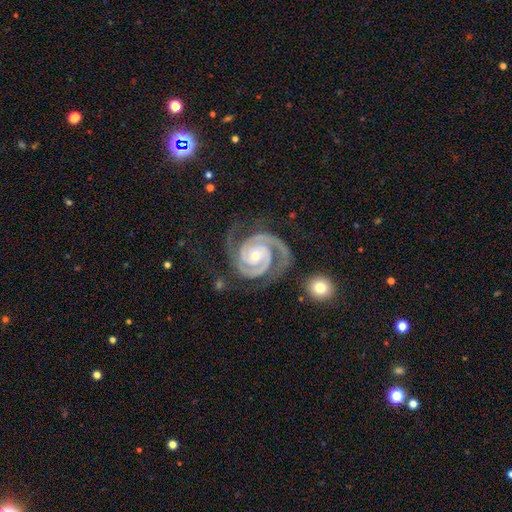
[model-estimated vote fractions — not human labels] featured or disk 94%, star or artifact 4%, smooth 2%. Down the decision tree: edge-on disk — no (98%); bar — no (62%); spiral arms — yes (99%); spiral arm count — 2 (86%); spiral winding — tight (69%); bulge size — small (58%); merging — none (70%).